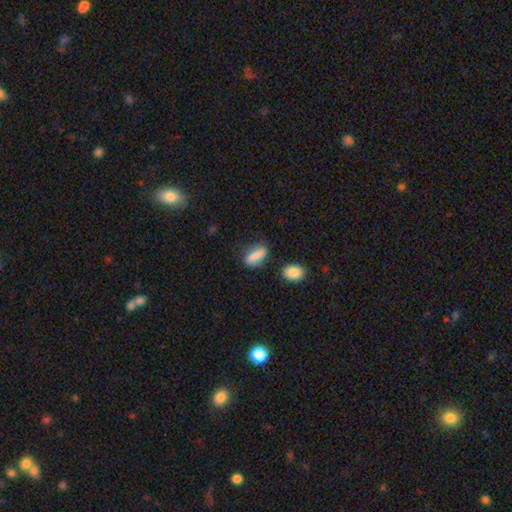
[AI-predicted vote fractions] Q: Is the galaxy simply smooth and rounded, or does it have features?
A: smooth — 79%.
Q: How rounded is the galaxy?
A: in between — 67%.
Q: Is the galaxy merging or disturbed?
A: none — 70%.